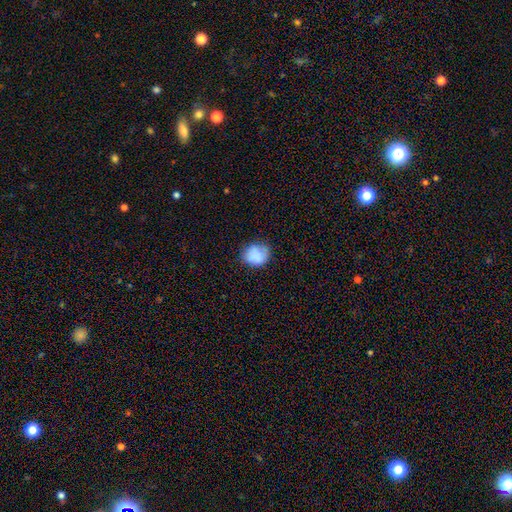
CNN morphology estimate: Smooth or featured? smooth (85%)
How rounded? round (65%)
Merging? none (68%)